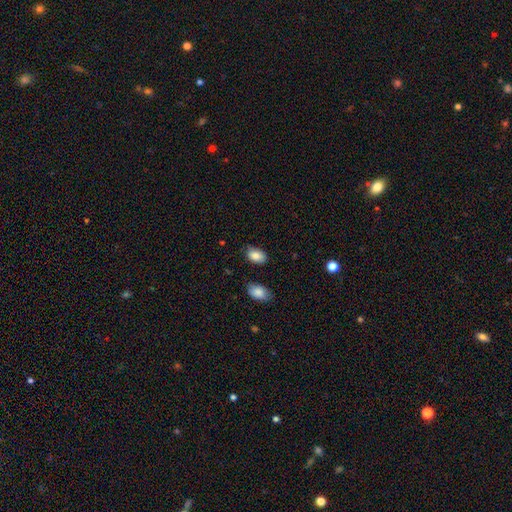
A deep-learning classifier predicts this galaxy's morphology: This appears to be a smooth galaxy with no disk features (86%) that is in between round and cigar-shaped (91%). Merging: none (77%).